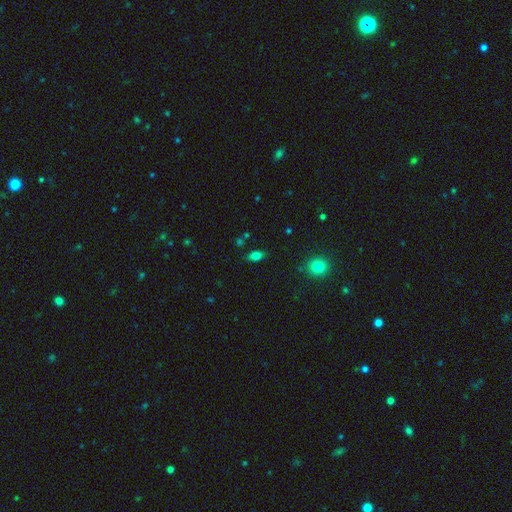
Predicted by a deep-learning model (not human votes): Smooth or featured: smooth — 80% (star or artifact — 13%)
How rounded: in between — 87% (round — 9%)
Merging: none — 82% (minor disturbance — 12%)